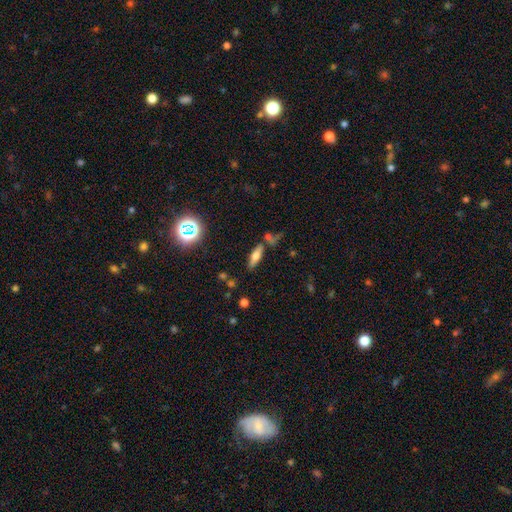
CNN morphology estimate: A smooth galaxy with no disk features (58%) that is in between round and cigar-shaped (51%).

Vote fractions:
- Smooth or featured? smooth: 58% / featured or disk: 28% / star or artifact: 14%
- How rounded? in between: 51% / cigar-shaped: 45% / round: 4%
- Merging? none: 68% / minor disturbance: 14% / merger: 13% / major disturbance: 5%